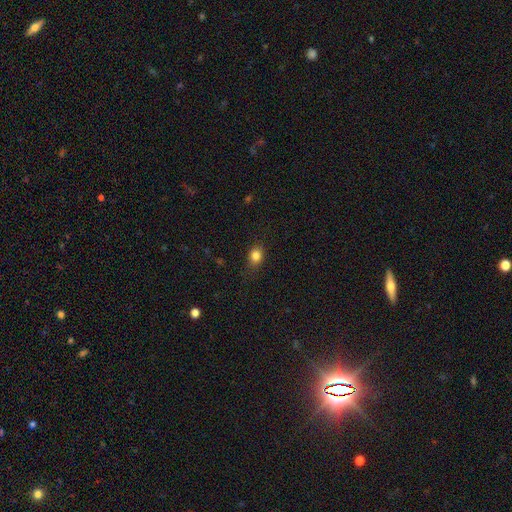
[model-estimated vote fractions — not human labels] smooth_or_featured: smooth (p=0.83) [alt: star or artifact p=0.11]
how_rounded: in between (p=0.49) [tied with: round p=0.49]
merging: none (p=0.81) [alt: minor disturbance p=0.14]